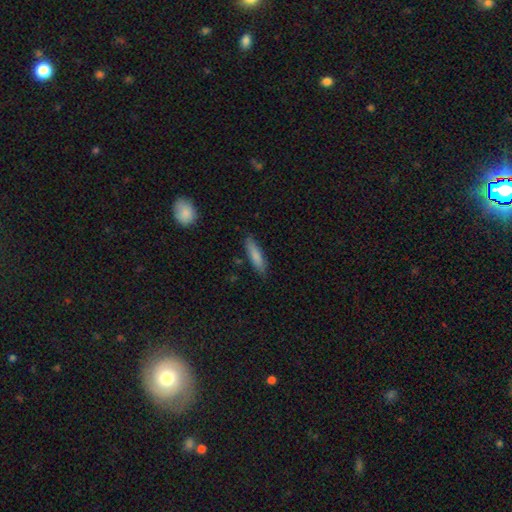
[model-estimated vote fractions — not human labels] Smooth or featured?
  - smooth: 81% *
  - featured or disk: 12%
  - star or artifact: 6%
How rounded?
  - cigar-shaped: 74% *
  - in between: 25%
  - round: 1%
Merging?
  - none: 84% *
  - minor disturbance: 12%
  - major disturbance: 2%
  - merger: 2%